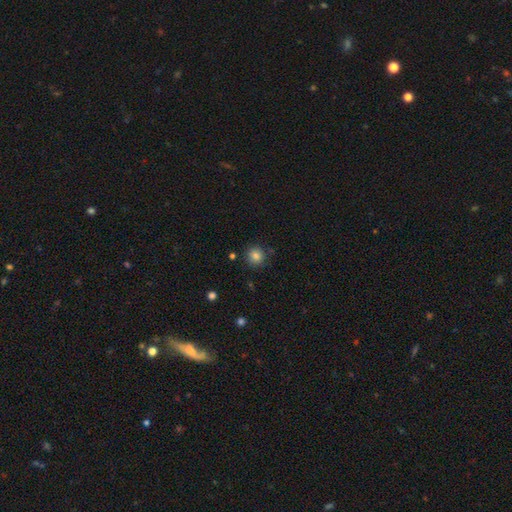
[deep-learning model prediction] The model was most divided on "smooth or featured": smooth: 84%, star or artifact: 11%, featured or disk: 5%. More confident: how rounded — round (92%); merging — none (85%).